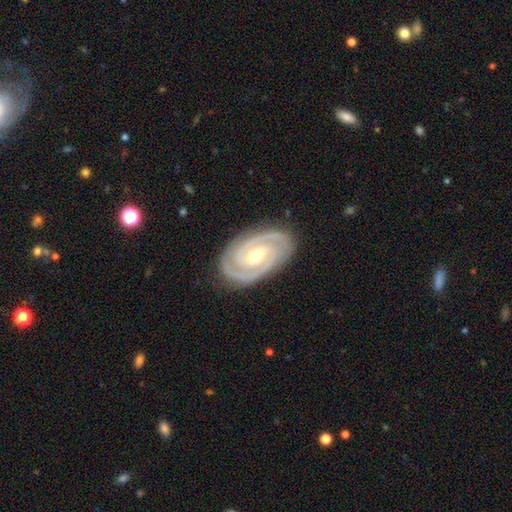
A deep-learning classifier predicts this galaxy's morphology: Q: Smooth or featured?
A: featured or disk (93%); runner-up: smooth (4%)
Q: Edge-on disk?
A: no (97%); runner-up: yes (3%)
Q: Bar?
A: weak (44%); runner-up: no (30%)
Q: Spiral arms?
A: yes (98%); runner-up: no (2%)
Q: Spiral winding?
A: tight (75%); runner-up: medium (22%)
Q: Spiral arm count?
A: 2 (86%); runner-up: 3 (7%)
Q: Bulge size?
A: moderate (63%); runner-up: small (33%)
Q: Merging?
A: none (87%); runner-up: minor disturbance (10%)